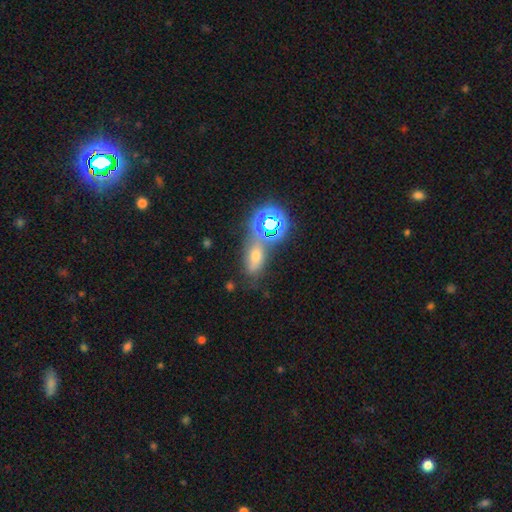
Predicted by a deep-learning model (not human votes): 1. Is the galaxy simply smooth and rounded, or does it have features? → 45% smooth, 37% star or artifact, 18% featured or disk.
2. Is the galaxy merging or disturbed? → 59% none, 17% minor disturbance, 16% merger, 8% major disturbance.